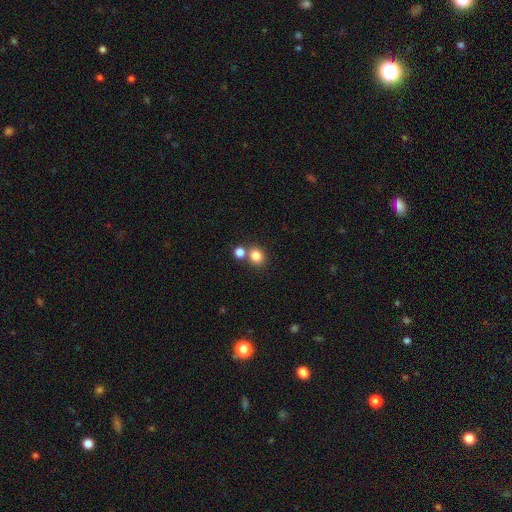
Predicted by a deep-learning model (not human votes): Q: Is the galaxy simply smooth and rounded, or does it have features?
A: smooth — 82%.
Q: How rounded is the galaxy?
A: round — 77%.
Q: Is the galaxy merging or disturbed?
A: none — 63%.